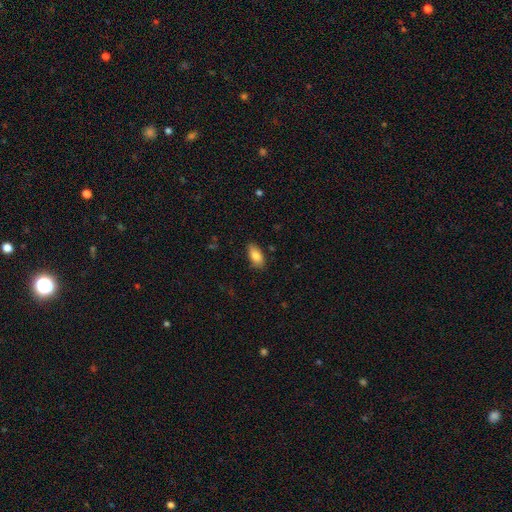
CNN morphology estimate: type=smooth (84%); roundness=in between (90%); merging=none (84%).